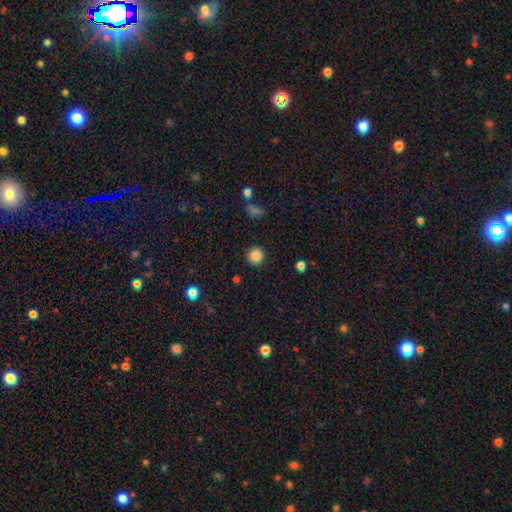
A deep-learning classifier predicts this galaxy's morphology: smooth_or_featured: smooth (p=0.86) [alt: star or artifact p=0.10]
how_rounded: round (p=0.95) [alt: in between p=0.04]
merging: none (p=0.92) [alt: minor disturbance p=0.05]